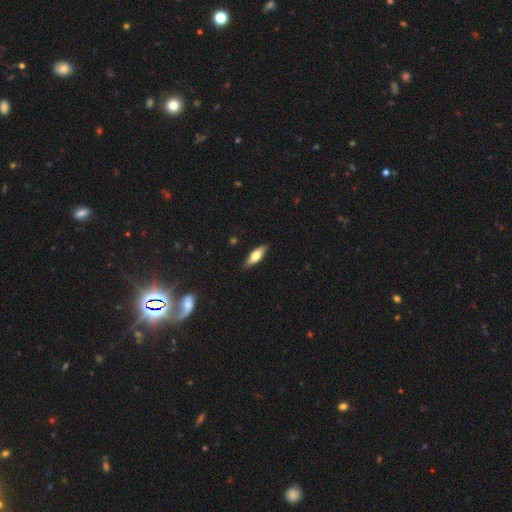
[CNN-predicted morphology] Smooth or featured?
  - smooth: 59% *
  - featured or disk: 35%
  - star or artifact: 6%
How rounded?
  - cigar-shaped: 50% *
  - in between: 47%
  - round: 2%
Merging?
  - none: 87% *
  - minor disturbance: 10%
  - major disturbance: 2%
  - merger: 1%